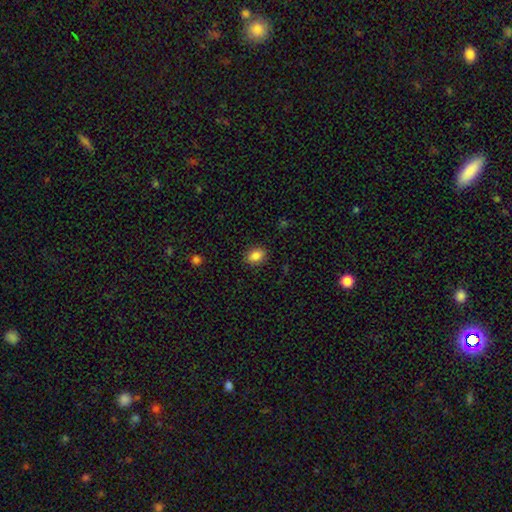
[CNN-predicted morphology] Q: Smooth or featured?
A: smooth (86%); runner-up: star or artifact (9%)
Q: How rounded?
A: in between (75%); runner-up: round (24%)
Q: Merging?
A: none (88%); runner-up: minor disturbance (9%)